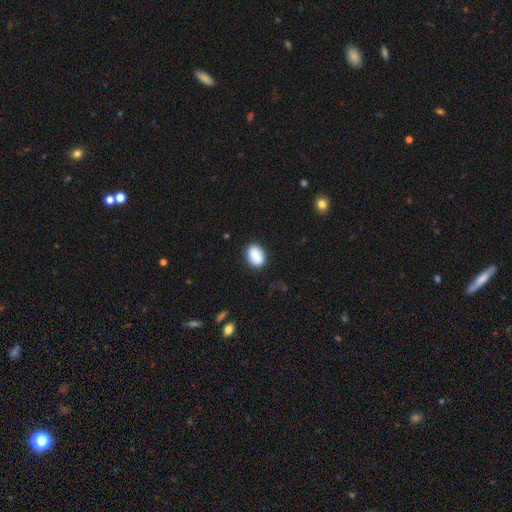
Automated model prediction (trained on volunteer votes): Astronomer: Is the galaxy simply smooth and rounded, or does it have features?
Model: smooth — 86%.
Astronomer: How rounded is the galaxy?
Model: in between — 78%.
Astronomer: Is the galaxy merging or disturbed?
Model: none — 84%.